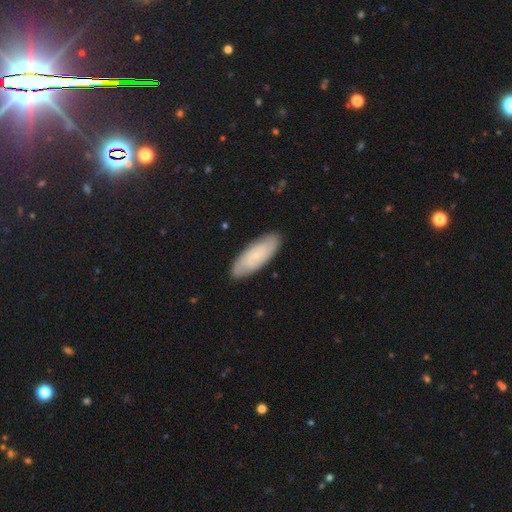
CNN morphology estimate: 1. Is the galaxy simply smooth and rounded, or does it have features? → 48% featured or disk, 46% smooth, 7% star or artifact.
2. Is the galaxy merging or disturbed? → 86% none, 11% minor disturbance, 2% major disturbance, 1% merger.